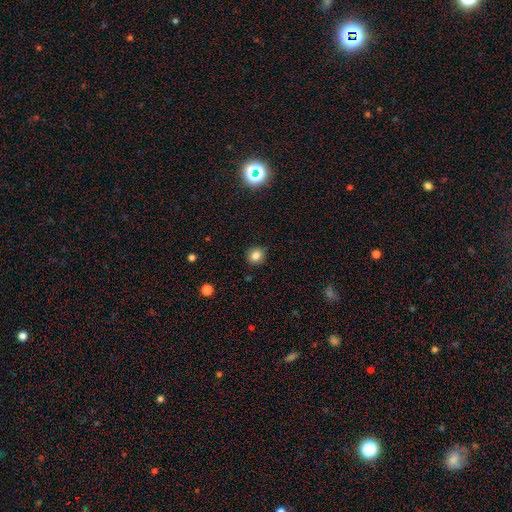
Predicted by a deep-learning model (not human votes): The model was most divided on "smooth or featured": smooth: 82%, star or artifact: 12%, featured or disk: 6%. More confident: merging — none (89%); how rounded — round (88%).